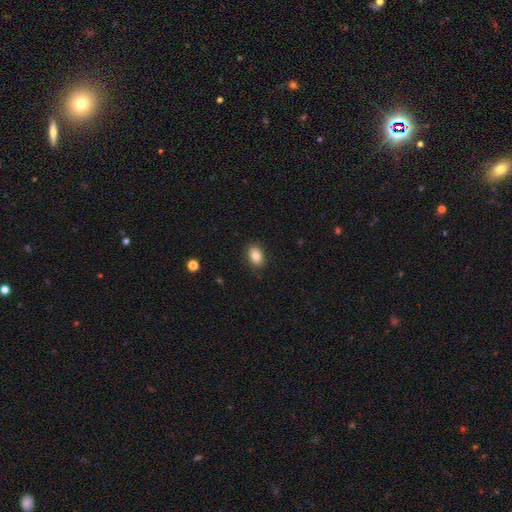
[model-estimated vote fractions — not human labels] smooth_or_featured: smooth (p=0.82) [alt: featured or disk p=0.09]
how_rounded: in between (p=0.78) [alt: round p=0.21]
merging: none (p=0.87) [alt: minor disturbance p=0.09]